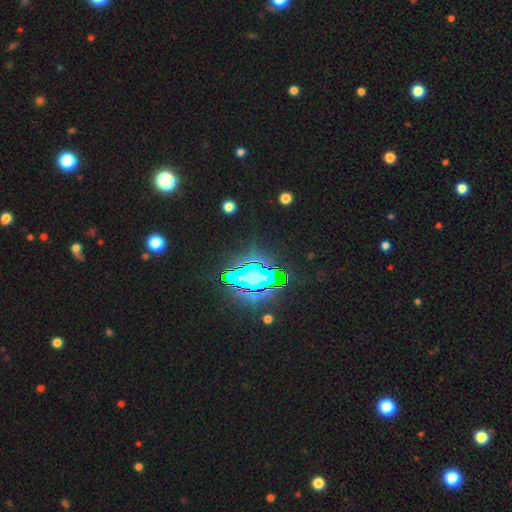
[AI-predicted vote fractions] Smooth or featured? Predicted: star or artifact (p=0.70).